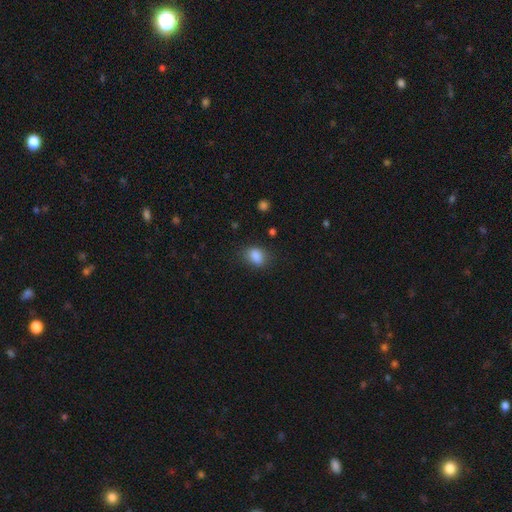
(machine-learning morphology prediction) smooth-or-featured: smooth: 85% | star or artifact: 10% | featured or disk: 5%
  how-rounded: in between: 67% | round: 32% | cigar-shaped: 1%
  merging: none: 73% | minor disturbance: 19% | major disturbance: 6% | merger: 2%